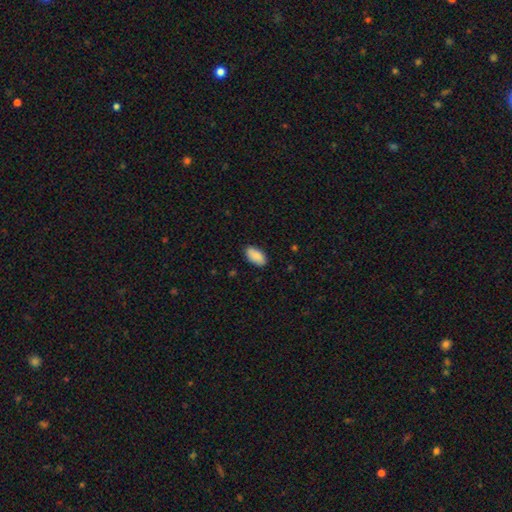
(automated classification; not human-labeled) Smooth or featured?
  - smooth: 89% *
  - star or artifact: 6%
  - featured or disk: 5%
How rounded?
  - in between: 94% *
  - cigar-shaped: 3%
  - round: 2%
Merging?
  - none: 88% *
  - minor disturbance: 9%
  - major disturbance: 2%
  - merger: 1%